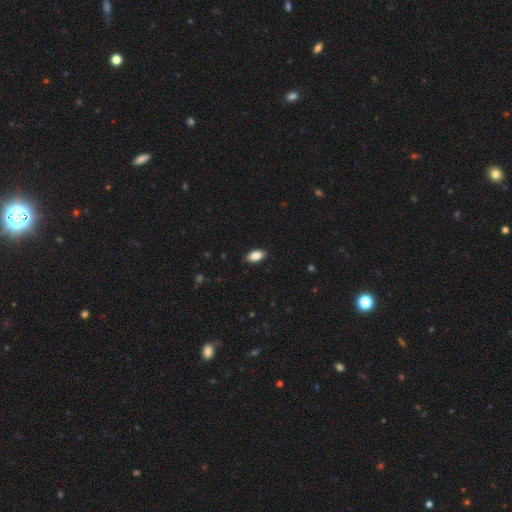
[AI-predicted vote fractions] Q: Smooth or featured?
A: smooth (86%); runner-up: star or artifact (7%)
Q: How rounded?
A: in between (92%); runner-up: round (4%)
Q: Merging?
A: none (88%); runner-up: minor disturbance (9%)